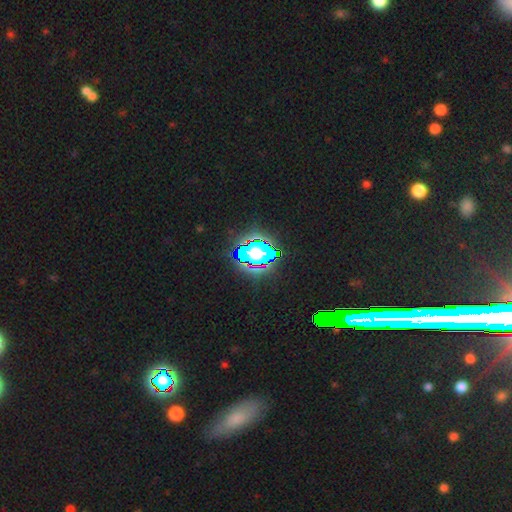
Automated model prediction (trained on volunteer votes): smooth-or-featured: star or artifact: 81% | smooth: 11% | featured or disk: 8%